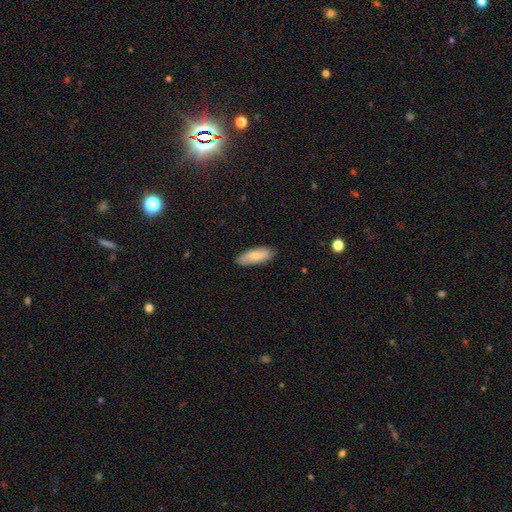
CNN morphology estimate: type=smooth (79%); roundness=in between (72%); merging=none (84%).